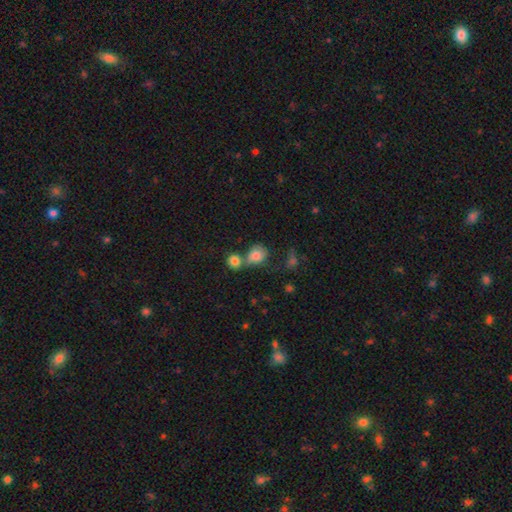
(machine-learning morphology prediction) This appears to be a smooth galaxy with no disk features (80%) that is round (68%). Merging: merger (46%).